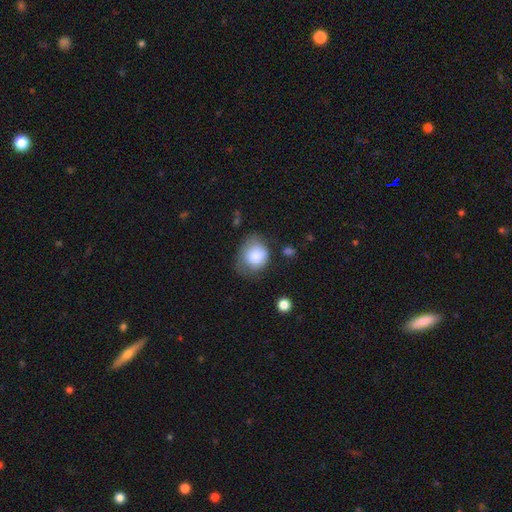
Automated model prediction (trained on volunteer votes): The model was most divided on "merging": none: 42%, minor disturbance: 36%, major disturbance: 19%, merger: 3%. More confident: smooth or featured — smooth (80%); how rounded — round (60%).